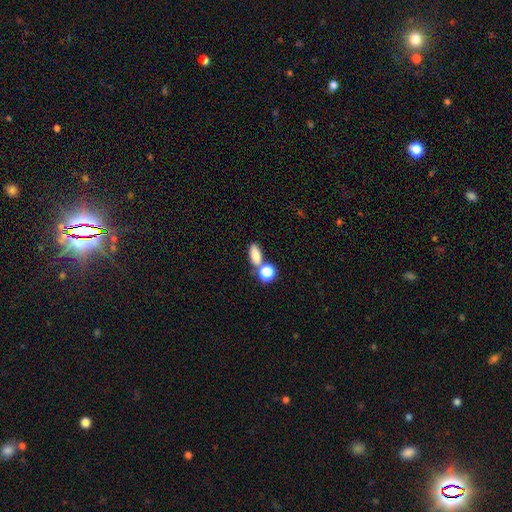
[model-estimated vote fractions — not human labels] This appears to be a smooth galaxy with no disk features (79%) that is in between round and cigar-shaped (79%). Merging: none (57%).